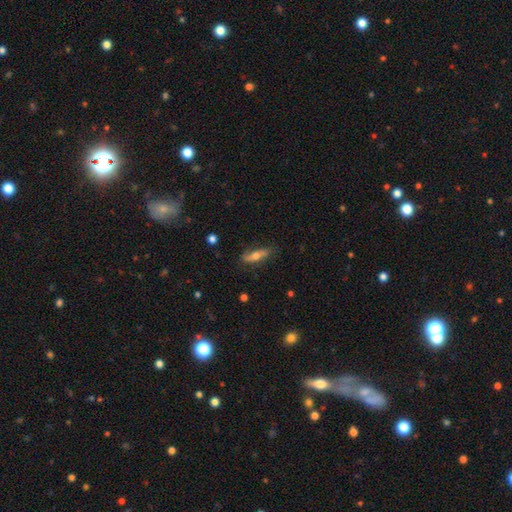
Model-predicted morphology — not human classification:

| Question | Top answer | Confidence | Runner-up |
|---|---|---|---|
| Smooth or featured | smooth | 52% | featured or disk (40%) |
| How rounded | cigar-shaped | 60% | in between (37%) |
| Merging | none | 76% | minor disturbance (18%) |